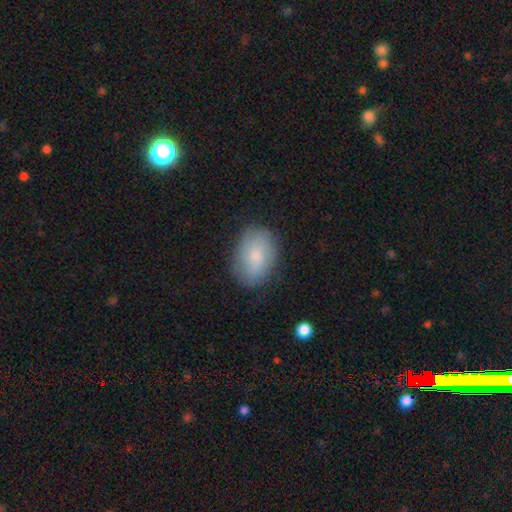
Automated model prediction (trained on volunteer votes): Smooth or featured? smooth (79%)
How rounded? in between (82%)
Merging? none (79%)